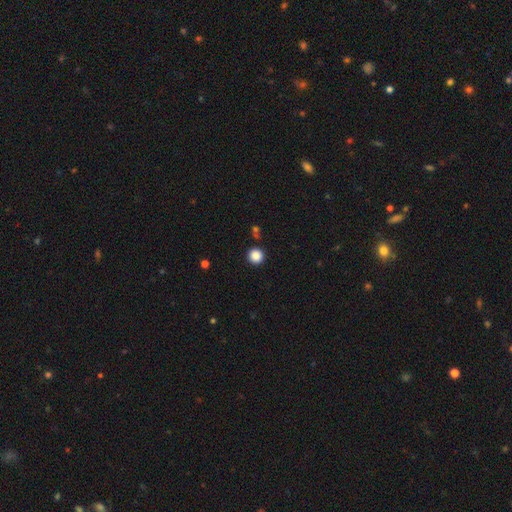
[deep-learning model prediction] Smooth or featured: smooth — 86% (star or artifact — 11%)
How rounded: round — 95% (in between — 4%)
Merging: none — 90% (minor disturbance — 5%)